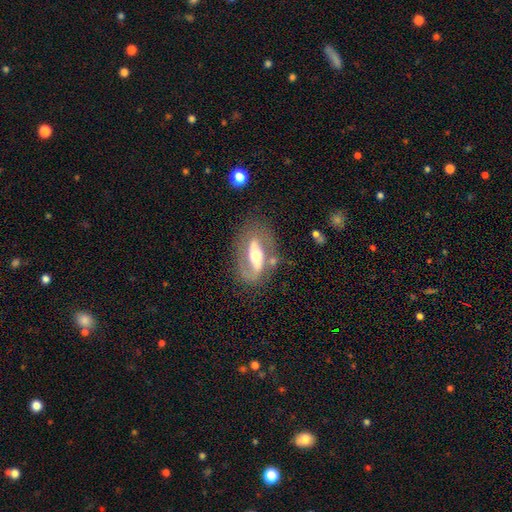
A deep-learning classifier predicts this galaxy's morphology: Smooth or featured? Predicted: featured or disk (p=0.76). Edge-on disk? Predicted: no (p=0.86). Bar? Predicted: strong (p=0.56). Spiral arms? Predicted: yes (p=0.69). Bulge size? Predicted: moderate (p=0.67). Merging? Predicted: none (p=0.68).